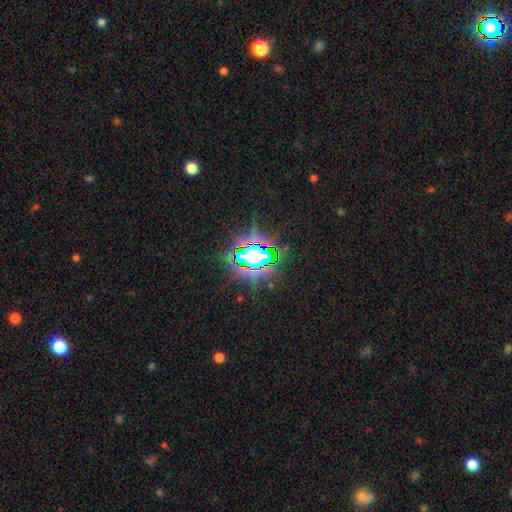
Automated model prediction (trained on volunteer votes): This is likely a star or artifact rather than a galaxy (76%).